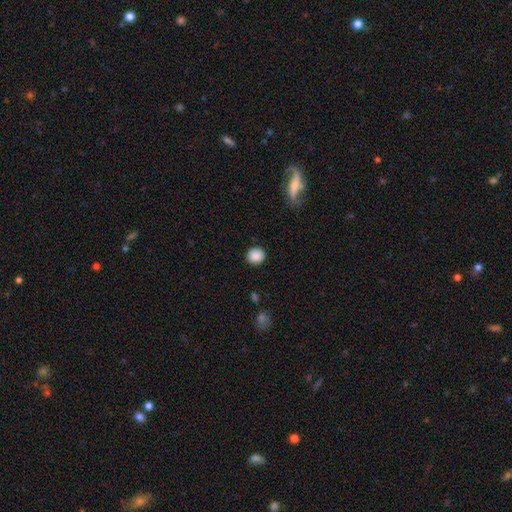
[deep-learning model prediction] smooth_or_featured: smooth (p=0.88) [alt: star or artifact p=0.09]
how_rounded: round (p=0.84) [alt: in between p=0.15]
merging: none (p=0.90) [alt: minor disturbance p=0.07]